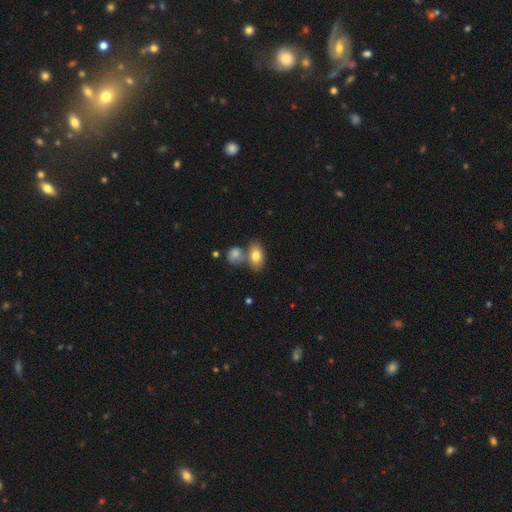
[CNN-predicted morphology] This is likely a smooth galaxy (78%). How rounded: clearly in between (88%). Merging: possibly none (52%).